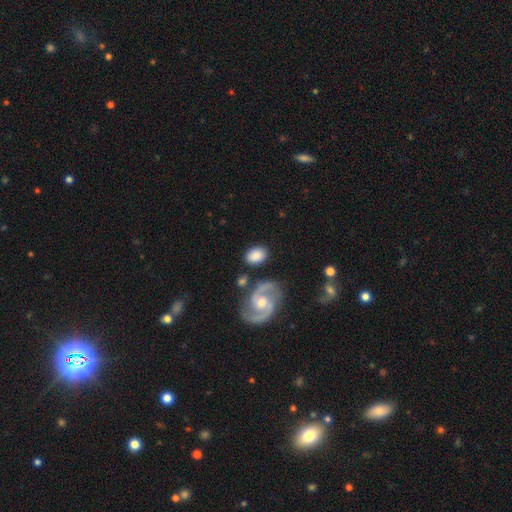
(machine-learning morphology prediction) A smooth galaxy with no disk features (70%) that is in between round and cigar-shaped (77%). Merging: none (76%).